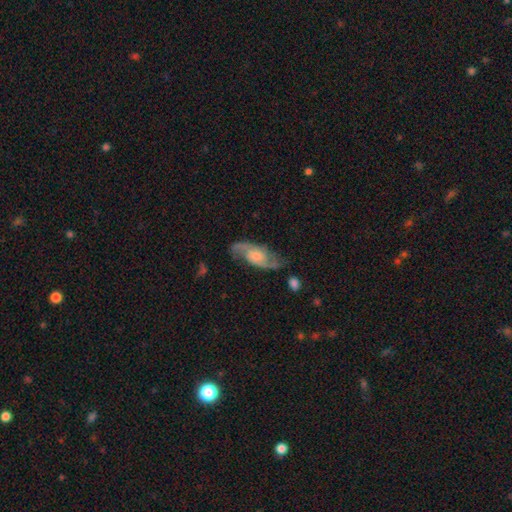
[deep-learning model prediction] Smooth or featured: featured or disk — 83% (smooth — 11%)
Edge-on disk: no — 93% (yes — 7%)
Bar: no — 61% (weak — 32%)
Spiral arms: yes — 96% (no — 4%)
Spiral winding: medium — 48% (loose — 35%)
Spiral arm count: 2 — 91% (can't tell — 4%)
Bulge size: moderate — 40% (small — 36%)
Merging: none — 76% (minor disturbance — 16%)